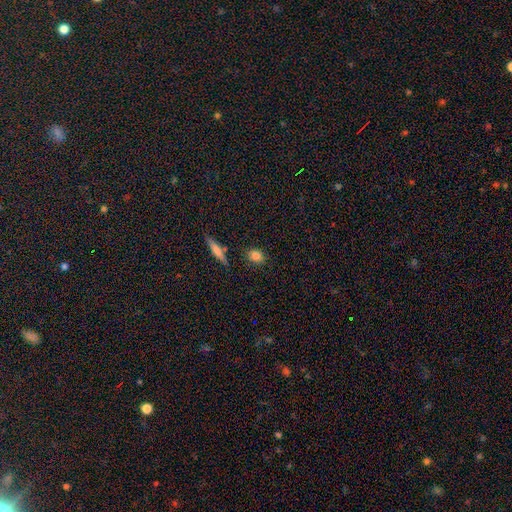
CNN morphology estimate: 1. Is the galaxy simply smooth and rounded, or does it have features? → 81% smooth, 10% star or artifact, 9% featured or disk.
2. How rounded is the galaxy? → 49% round, 47% in between, 5% cigar-shaped.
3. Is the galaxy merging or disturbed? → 85% none, 10% minor disturbance, 3% merger, 2% major disturbance.